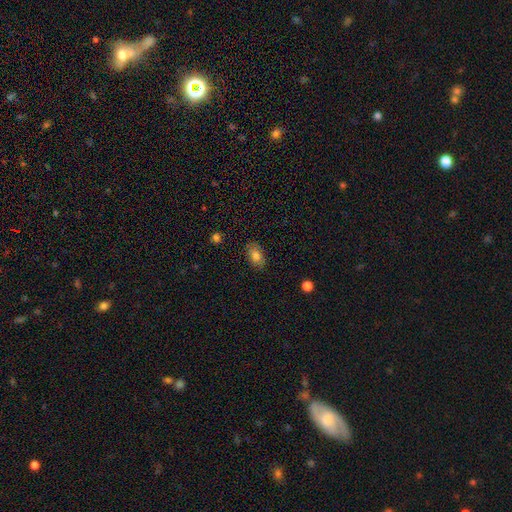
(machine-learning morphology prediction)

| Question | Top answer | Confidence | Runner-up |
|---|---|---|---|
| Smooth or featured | smooth | 78% | featured or disk (13%) |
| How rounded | in between | 89% | round (9%) |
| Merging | none | 85% | minor disturbance (12%) |